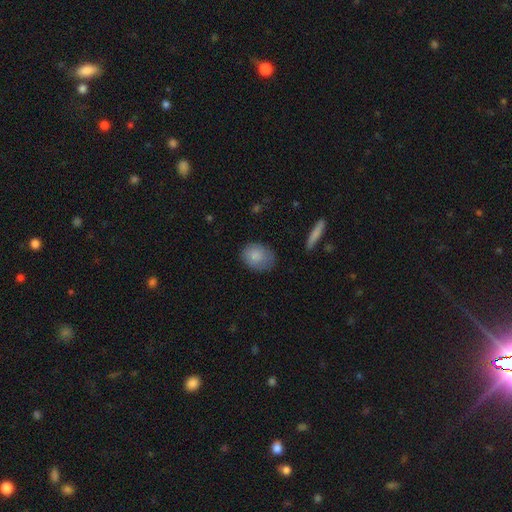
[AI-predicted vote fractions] Q: Smooth or featured?
A: smooth (85%); runner-up: featured or disk (9%)
Q: How rounded?
A: in between (54%); runner-up: round (44%)
Q: Merging?
A: none (72%); runner-up: minor disturbance (21%)